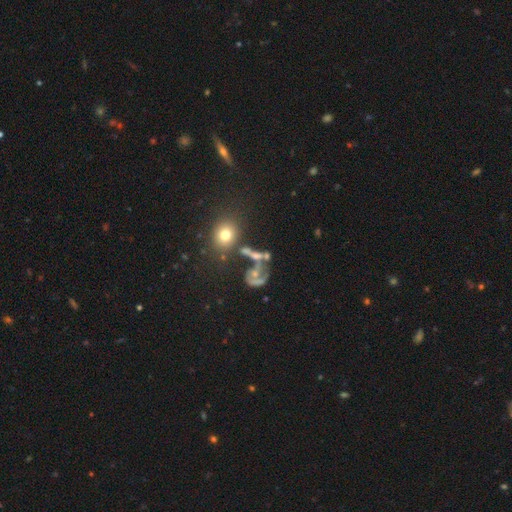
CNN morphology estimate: Q: Smooth or featured?
A: featured or disk (55%); runner-up: smooth (26%)
Q: Edge-on disk?
A: no (94%); runner-up: yes (6%)
Q: Bar?
A: no (63%); runner-up: weak (26%)
Q: Spiral arms?
A: yes (62%); runner-up: no (38%)
Q: Bulge size?
A: small (46%); runner-up: moderate (34%)
Q: Merging?
A: none (35%); runner-up: merger (25%)